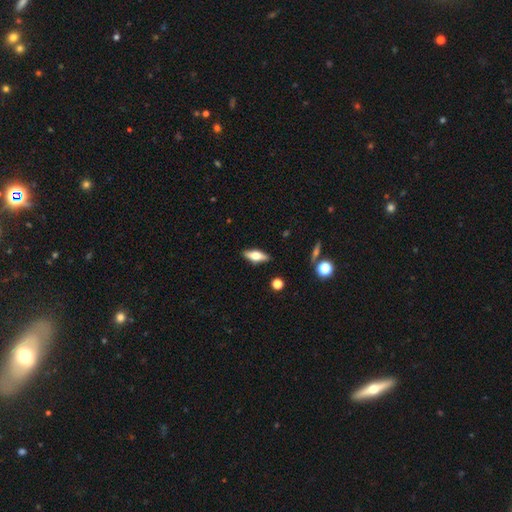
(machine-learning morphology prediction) smooth_or_featured: smooth (p=0.51) [alt: featured or disk p=0.42]
how_rounded: in between (p=0.63) [alt: cigar-shaped p=0.34]
merging: none (p=0.88) [alt: minor disturbance p=0.09]